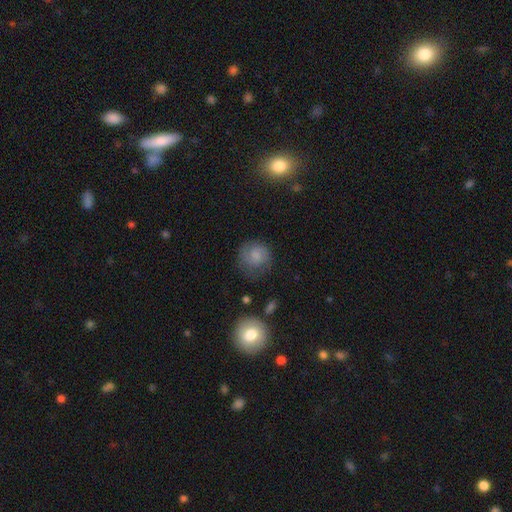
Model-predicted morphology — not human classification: Smooth or featured: smooth — 64% (featured or disk — 26%)
How rounded: round — 83% (in between — 16%)
Merging: none — 66% (minor disturbance — 21%)